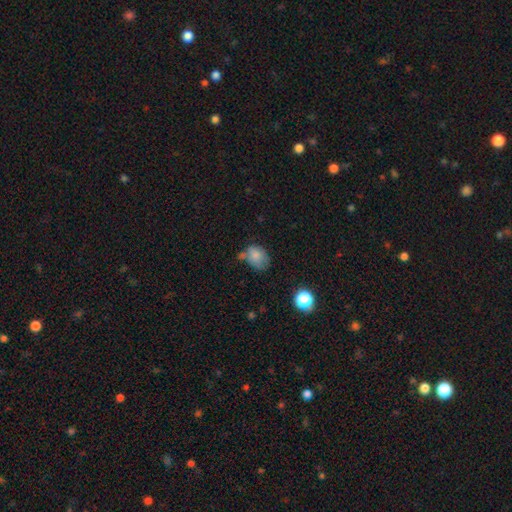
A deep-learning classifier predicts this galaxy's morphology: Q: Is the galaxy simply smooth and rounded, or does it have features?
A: smooth — 78%.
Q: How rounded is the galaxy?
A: in between — 65%.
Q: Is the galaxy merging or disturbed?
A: none — 42%.